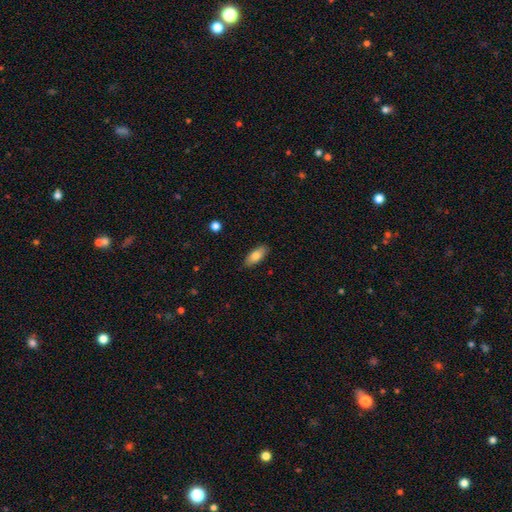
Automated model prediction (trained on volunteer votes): The model was most divided on "smooth or featured": smooth: 79%, featured or disk: 14%, star or artifact: 7%. More confident: merging — none (87%); how rounded — in between (85%).